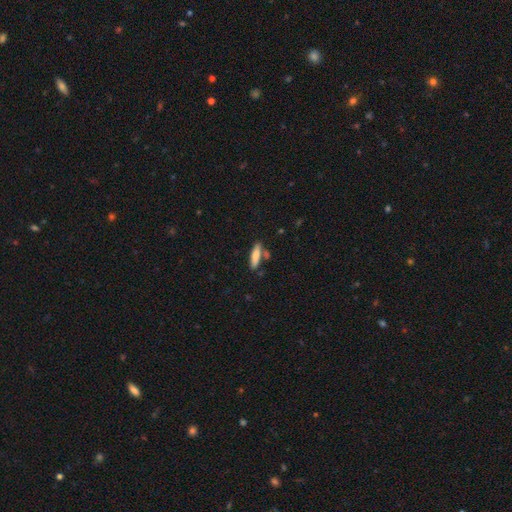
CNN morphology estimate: A smooth galaxy with no disk features (78%) that is cigar-shaped (63%). Merging: none (70%).